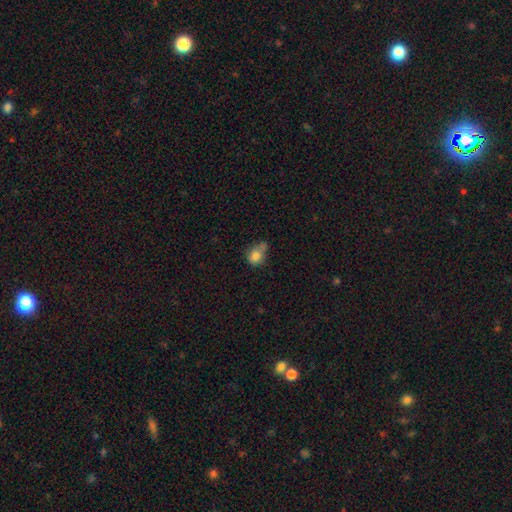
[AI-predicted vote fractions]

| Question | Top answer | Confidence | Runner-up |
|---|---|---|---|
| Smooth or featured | smooth | 78% | featured or disk (11%) |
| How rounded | in between | 50% | round (49%) |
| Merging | none | 34% | tied: minor disturbance (34%) |